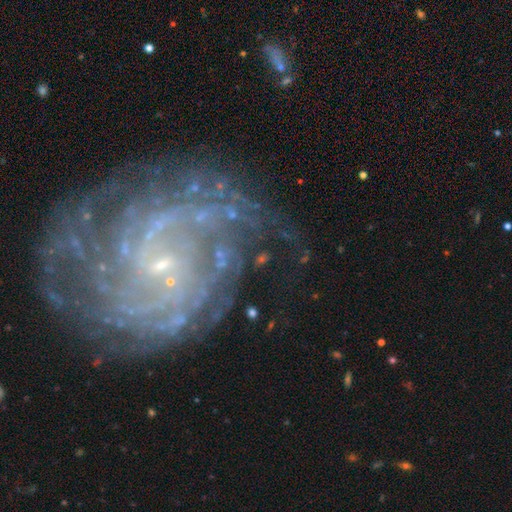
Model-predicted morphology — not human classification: Q: Smooth or featured?
A: featured or disk (87%); runner-up: star or artifact (9%)
Q: Edge-on disk?
A: no (98%); runner-up: yes (2%)
Q: Bar?
A: no (50%); runner-up: weak (39%)
Q: Spiral arms?
A: yes (96%); runner-up: no (4%)
Q: Spiral winding?
A: tight (59%); runner-up: medium (33%)
Q: Spiral arm count?
A: can't tell (27%); runner-up: 2 (18%)
Q: Bulge size?
A: small (81%); runner-up: none (9%)
Q: Merging?
A: none (68%); runner-up: minor disturbance (17%)